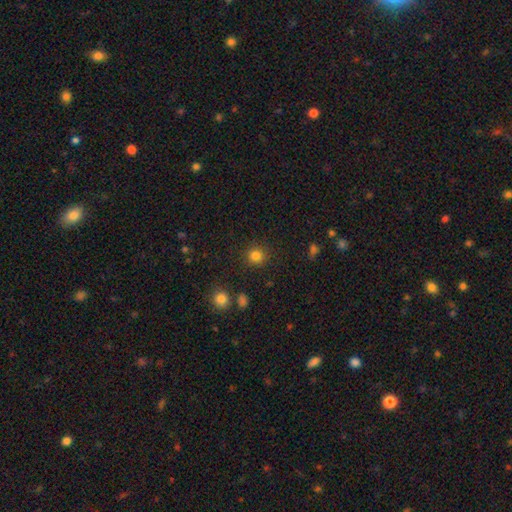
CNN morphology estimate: A smooth galaxy with no disk features (82%) that is round (90%). Merging: none (88%).